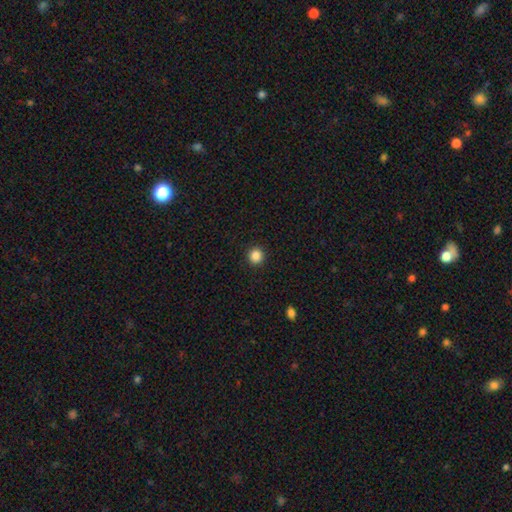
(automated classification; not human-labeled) Morphology: type=smooth (86%); roundness=round (95%); merging=none (93%).